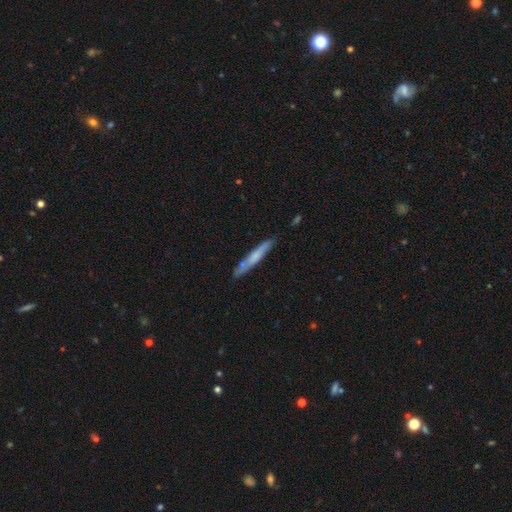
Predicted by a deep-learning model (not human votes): Smooth or featured? Predicted: smooth (p=0.58). How rounded? Predicted: cigar-shaped (p=0.94). Merging? Predicted: none (p=0.78).